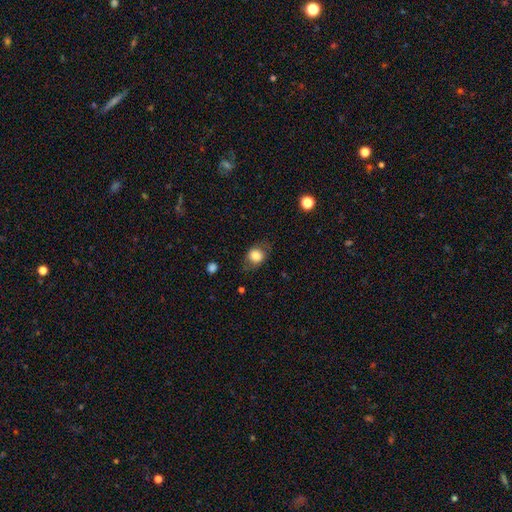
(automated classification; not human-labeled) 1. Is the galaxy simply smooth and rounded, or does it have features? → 80% smooth, 11% featured or disk, 9% star or artifact.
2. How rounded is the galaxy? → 66% round, 33% in between, 1% cigar-shaped.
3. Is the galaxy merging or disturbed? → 72% none, 19% minor disturbance, 7% major disturbance, 1% merger.